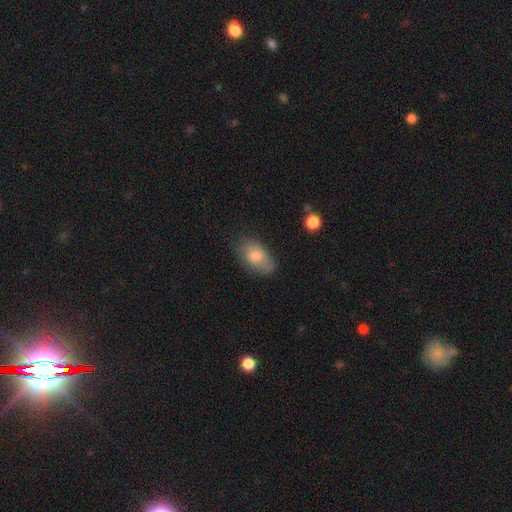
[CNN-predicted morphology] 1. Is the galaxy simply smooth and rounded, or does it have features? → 78% smooth, 15% featured or disk, 7% star or artifact.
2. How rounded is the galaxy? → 91% in between, 7% round, 2% cigar-shaped.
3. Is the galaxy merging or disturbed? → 60% none, 28% minor disturbance, 9% major disturbance, 2% merger.